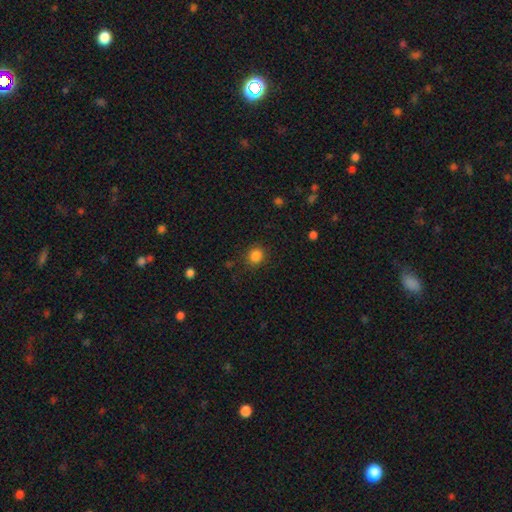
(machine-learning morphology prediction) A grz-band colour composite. It shows a smooth galaxy with no disk features (85%) that is round (77%). Merging: none (85%).